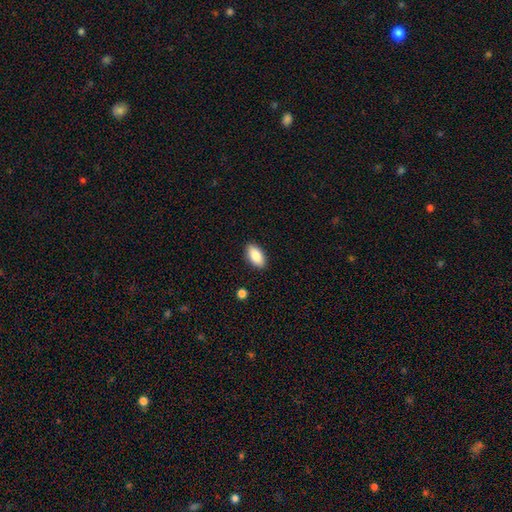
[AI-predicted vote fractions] Smooth or featured? Predicted: smooth (p=0.87). How rounded? Predicted: in between (p=0.92). Merging? Predicted: none (p=0.89).